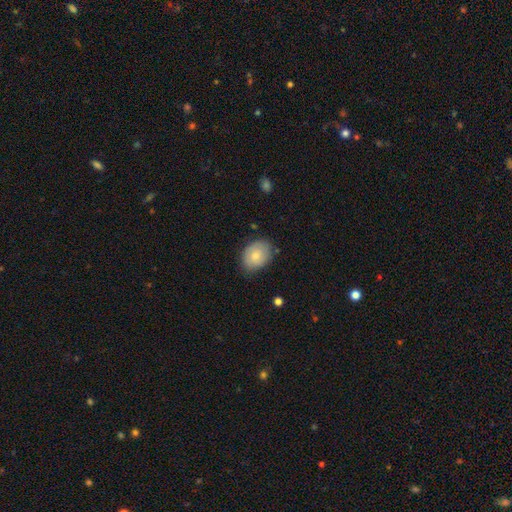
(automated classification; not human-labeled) Q: Smooth or featured?
A: smooth (74%); runner-up: featured or disk (20%)
Q: How rounded?
A: in between (68%); runner-up: round (31%)
Q: Merging?
A: none (77%); runner-up: minor disturbance (18%)